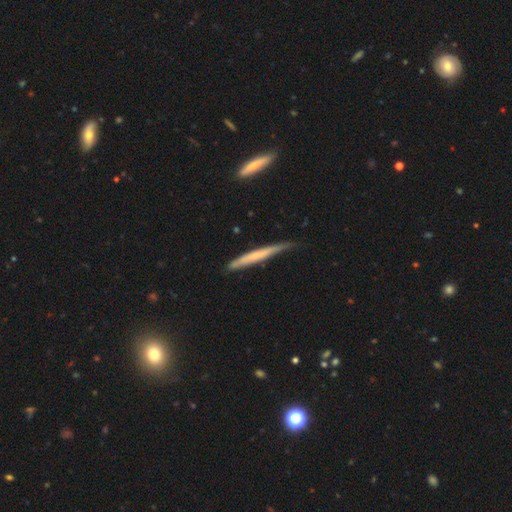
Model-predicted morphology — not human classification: This appears to be a smooth galaxy with no disk features (52%) that is cigar-shaped (96%). Merging: none (62%).